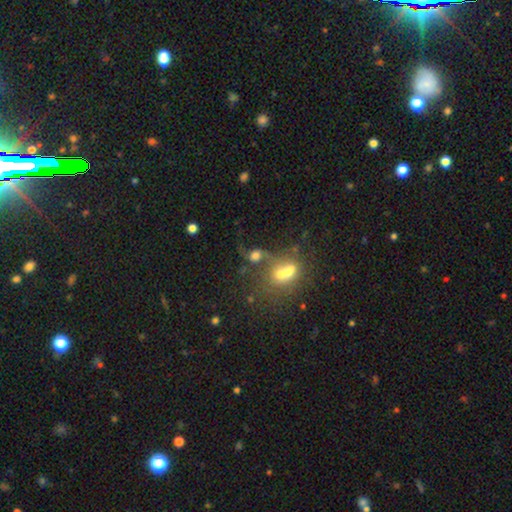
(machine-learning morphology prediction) The model was most divided on "smooth or featured": featured or disk: 43%, smooth: 40%, star or artifact: 16%. Remaining: merging — merger (41%).